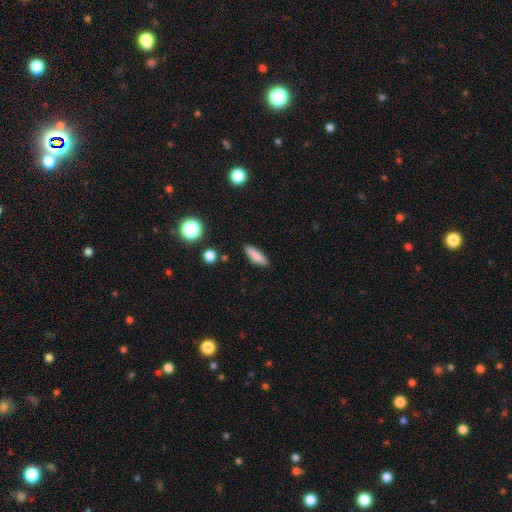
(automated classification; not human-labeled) smooth-or-featured: smooth: 84% | featured or disk: 8% | star or artifact: 8%
  how-rounded: cigar-shaped: 59% | in between: 39% | round: 2%
  merging: none: 87% | minor disturbance: 9% | major disturbance: 2% | merger: 2%